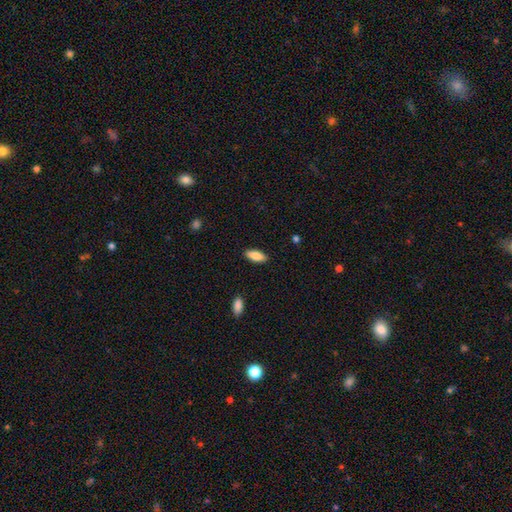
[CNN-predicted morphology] Q: Smooth or featured?
A: smooth (85%); runner-up: featured or disk (9%)
Q: How rounded?
A: in between (78%); runner-up: cigar-shaped (20%)
Q: Merging?
A: none (88%); runner-up: minor disturbance (8%)